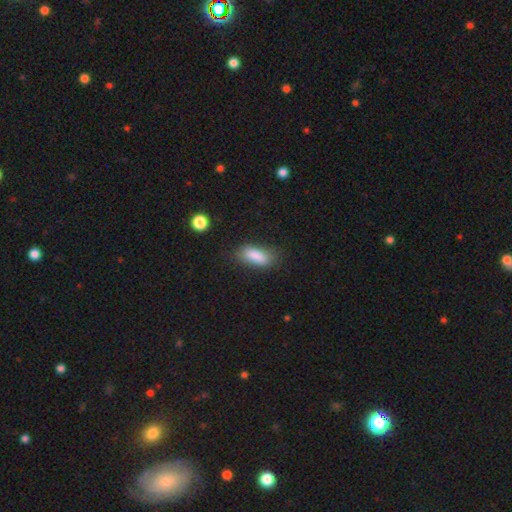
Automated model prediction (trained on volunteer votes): Smooth or featured?
  - smooth: 84% *
  - star or artifact: 8%
  - featured or disk: 8%
How rounded?
  - in between: 77% *
  - cigar-shaped: 19%
  - round: 3%
Merging?
  - none: 69% *
  - minor disturbance: 21%
  - major disturbance: 7%
  - merger: 3%